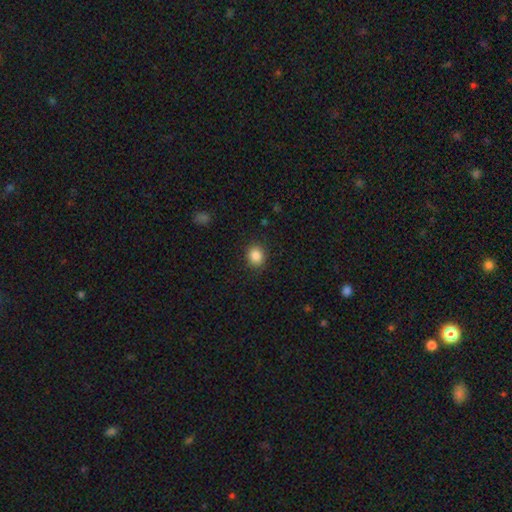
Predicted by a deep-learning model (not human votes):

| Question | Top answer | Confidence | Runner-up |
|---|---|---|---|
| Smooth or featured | smooth | 86% | star or artifact (10%) |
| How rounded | round | 69% | in between (30%) |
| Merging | none | 88% | minor disturbance (8%) |